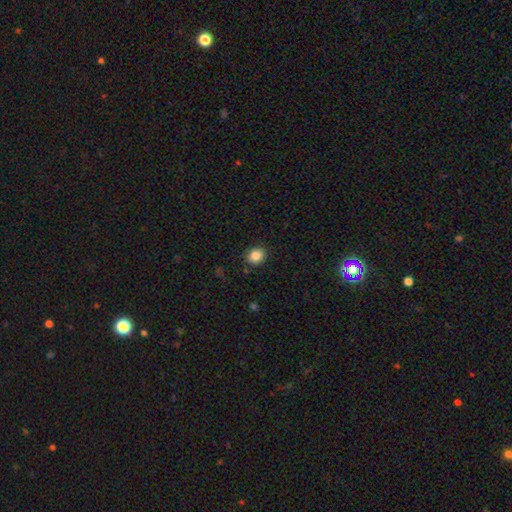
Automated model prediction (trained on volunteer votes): smooth_or_featured: smooth (p=0.86) [alt: star or artifact p=0.10]
how_rounded: round (p=0.72) [alt: in between p=0.27]
merging: none (p=0.88) [alt: minor disturbance p=0.08]